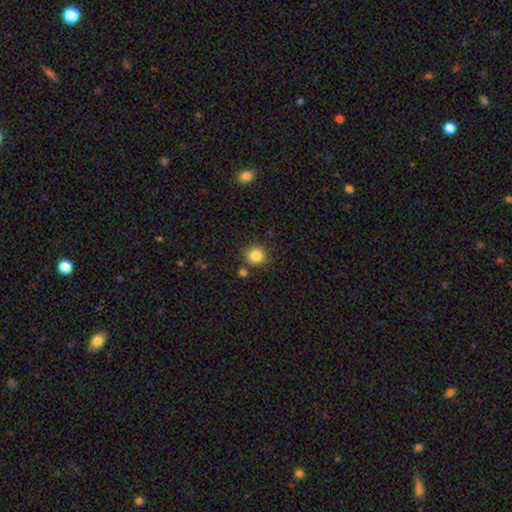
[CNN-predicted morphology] Overall: smooth (84%). How rounded: round (90%). Merging: none (80%).